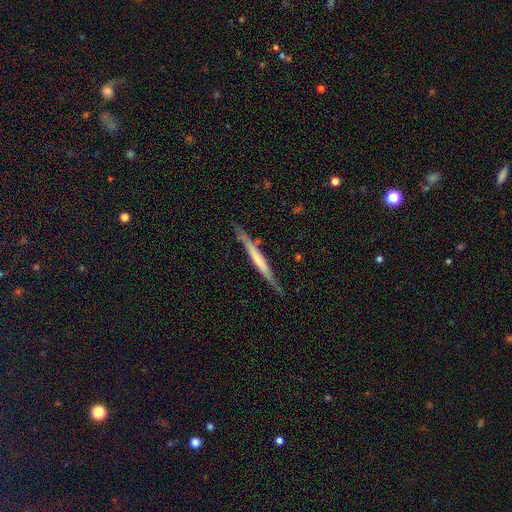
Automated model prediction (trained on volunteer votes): This is possibly a featured or disk galaxy (59%). It is clearly viewed edge-on (96%). Edge-on bulge: likely none (64%). Merging: clearly none (83%).